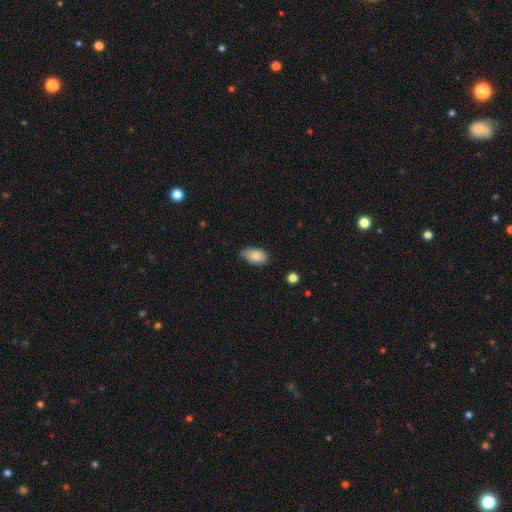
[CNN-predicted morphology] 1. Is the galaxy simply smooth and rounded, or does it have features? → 84% smooth, 9% featured or disk, 7% star or artifact.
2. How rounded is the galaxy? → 93% in between, 5% round, 2% cigar-shaped.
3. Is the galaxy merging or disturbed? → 72% none, 24% minor disturbance, 3% major disturbance, 1% merger.